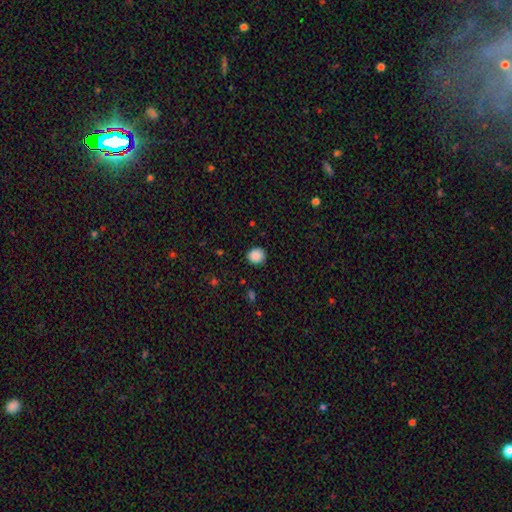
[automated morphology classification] Smooth or featured? smooth (88%)
How rounded? round (89%)
Merging? none (89%)